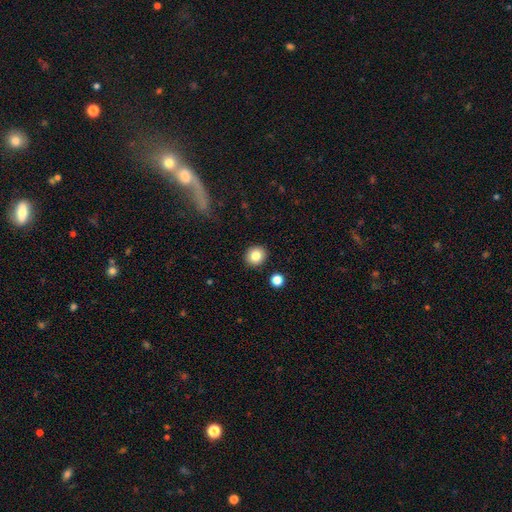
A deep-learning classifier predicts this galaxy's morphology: Smooth or featured? smooth (82%)
How rounded? round (85%)
Merging? none (91%)